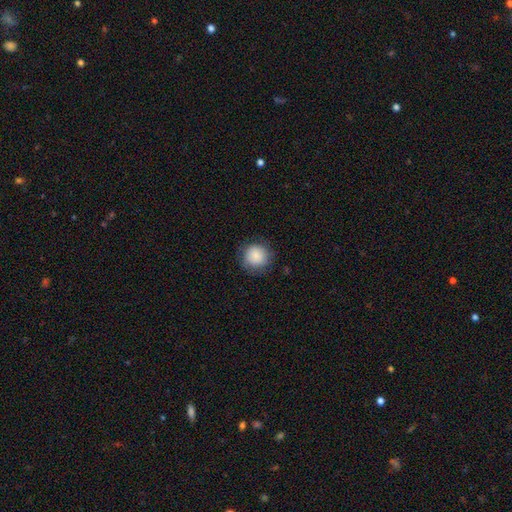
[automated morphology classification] smooth-or-featured: smooth: 86% | star or artifact: 8% | featured or disk: 6%
  how-rounded: round: 91% | in between: 8% | cigar-shaped: 1%
  merging: none: 81% | minor disturbance: 14% | major disturbance: 4% | merger: 1%